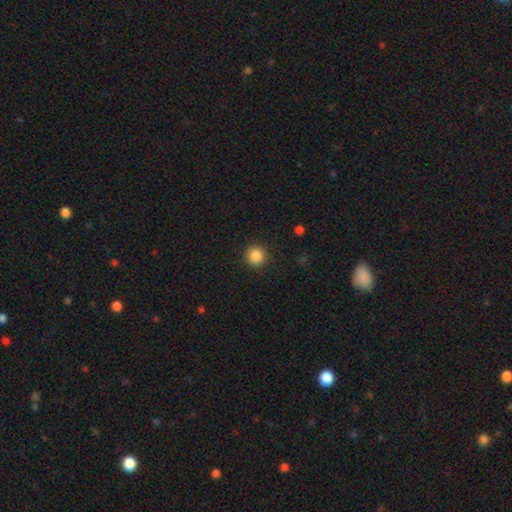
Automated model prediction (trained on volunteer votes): Q: Smooth or featured?
A: smooth (87%); runner-up: star or artifact (10%)
Q: How rounded?
A: round (94%); runner-up: in between (5%)
Q: Merging?
A: none (92%); runner-up: minor disturbance (5%)